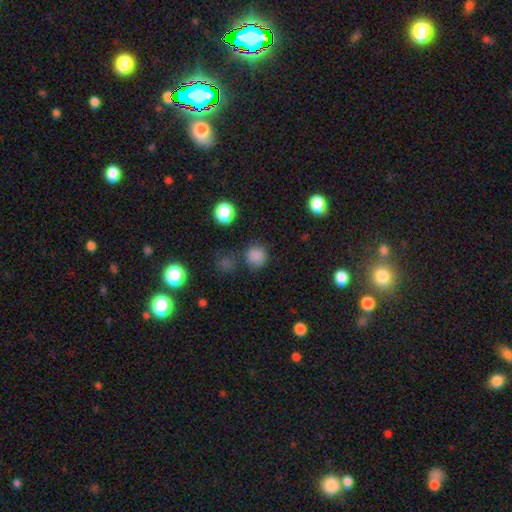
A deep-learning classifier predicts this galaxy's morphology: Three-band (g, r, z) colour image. It shows a smooth galaxy with no disk features (79%) that is round (91%). Merging: none (80%).